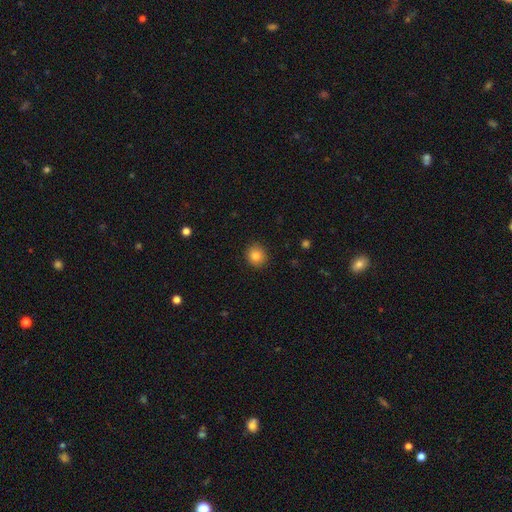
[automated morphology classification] type=smooth (84%); roundness=round (86%); merging=none (90%).